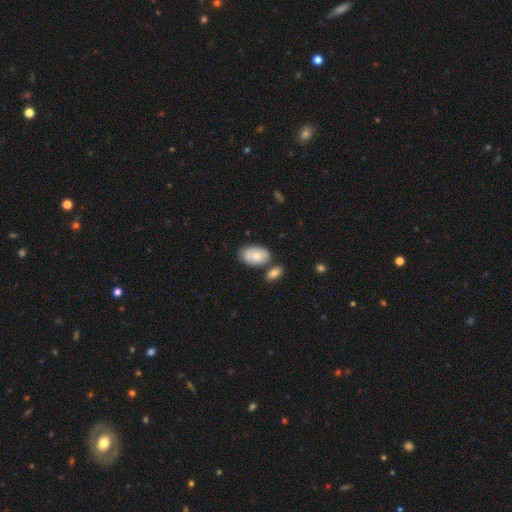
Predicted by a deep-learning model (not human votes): Overall: smooth (74%). How rounded: in between (91%). Merging: none (57%; minor disturbance 20%).